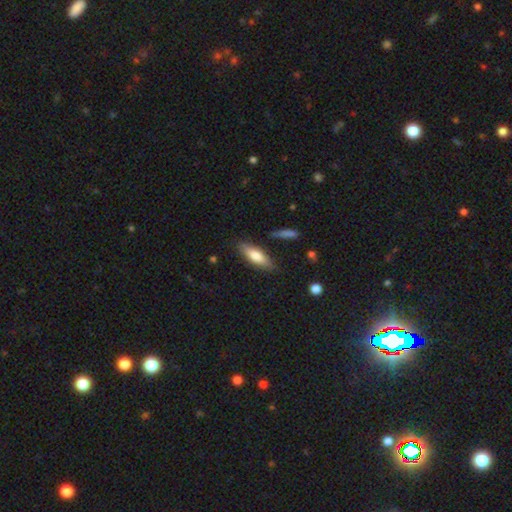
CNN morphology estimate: This appears to be a smooth galaxy with no disk features (72%) that is in between round and cigar-shaped (51%). Merging: none (82%).